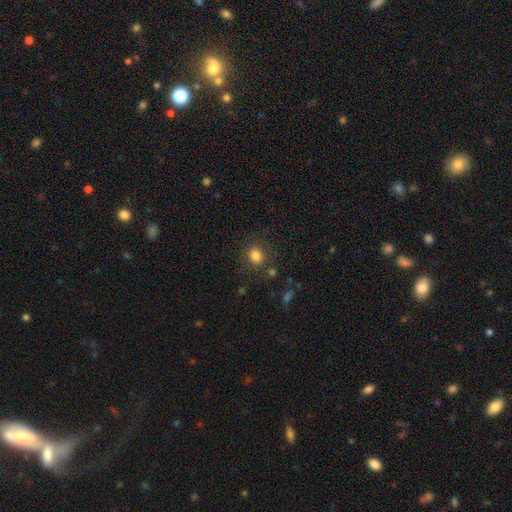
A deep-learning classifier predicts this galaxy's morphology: Overall: smooth (81%). How rounded: round (62%; in between 37%). Merging: none (79%).